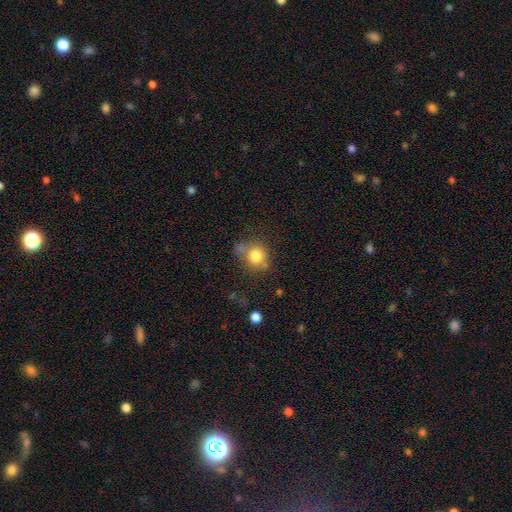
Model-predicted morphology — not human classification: The model was most divided on "merging": none: 59%, minor disturbance: 23%, merger: 10%, major disturbance: 8%. More confident: smooth or featured — smooth (79%); how rounded — round (77%).